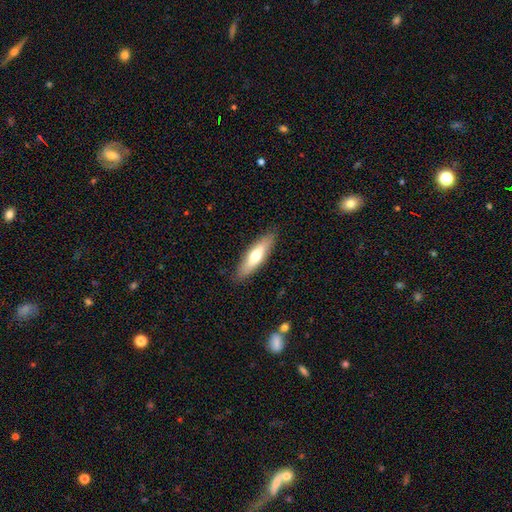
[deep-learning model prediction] Smooth or featured? smooth (58%)
How rounded? cigar-shaped (62%)
Merging? none (88%)